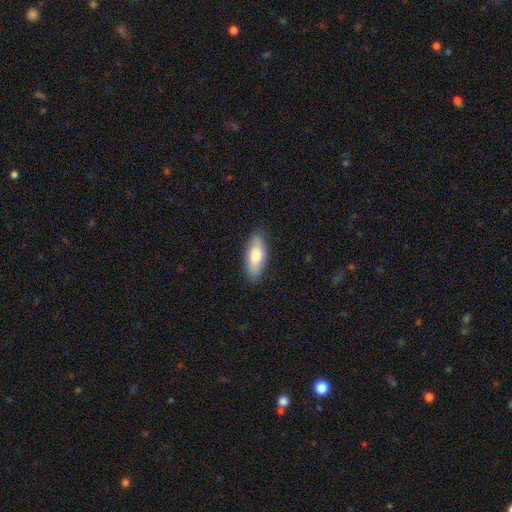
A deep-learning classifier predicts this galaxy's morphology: Q: Smooth or featured?
A: smooth (76%); runner-up: featured or disk (18%)
Q: How rounded?
A: in between (73%); runner-up: cigar-shaped (24%)
Q: Merging?
A: none (85%); runner-up: minor disturbance (12%)